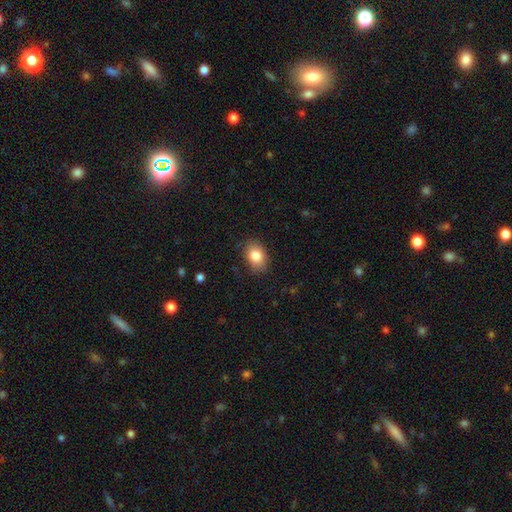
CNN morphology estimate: Smooth or featured?
  - smooth: 84% *
  - featured or disk: 8%
  - star or artifact: 8%
How rounded?
  - in between: 80% *
  - round: 19%
  - cigar-shaped: 1%
Merging?
  - none: 83% *
  - minor disturbance: 13%
  - major disturbance: 3%
  - merger: 1%